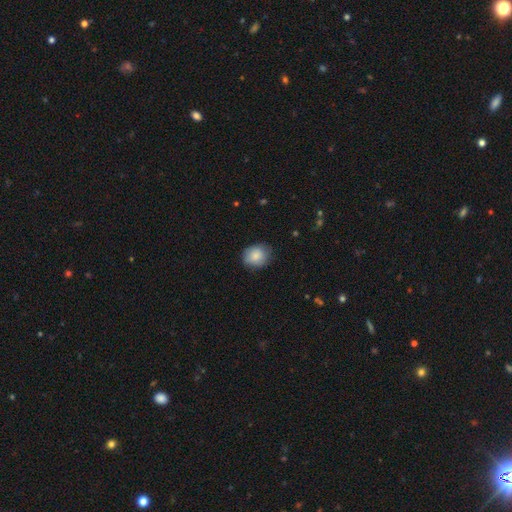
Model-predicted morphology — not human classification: type=smooth (85%); roundness=round (63%); merging=none (78%).